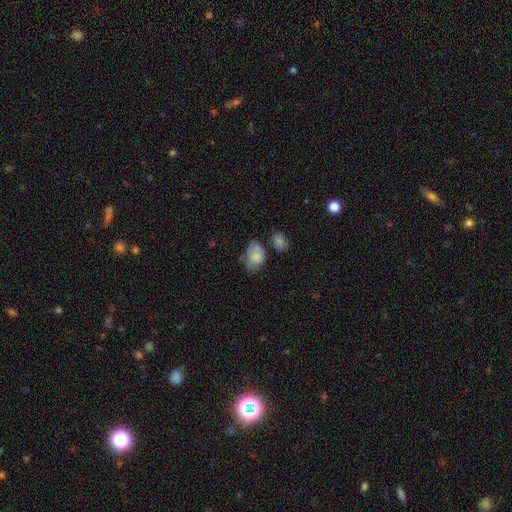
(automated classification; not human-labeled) Smooth or featured? smooth (77%)
How rounded? in between (84%)
Merging? none (40%)